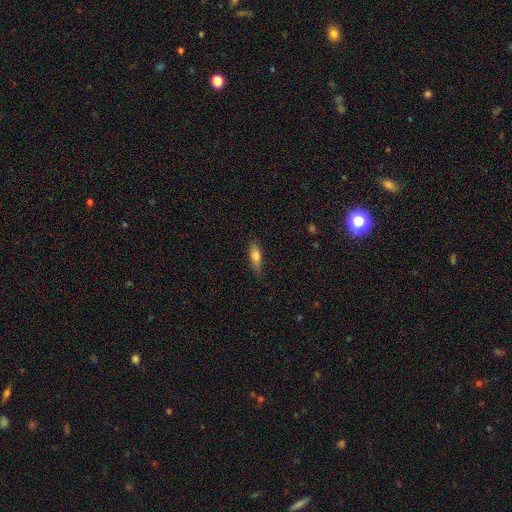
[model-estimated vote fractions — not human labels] Q: Smooth or featured?
A: smooth (75%); runner-up: featured or disk (18%)
Q: How rounded?
A: in between (57%); runner-up: cigar-shaped (40%)
Q: Merging?
A: none (80%); runner-up: minor disturbance (16%)